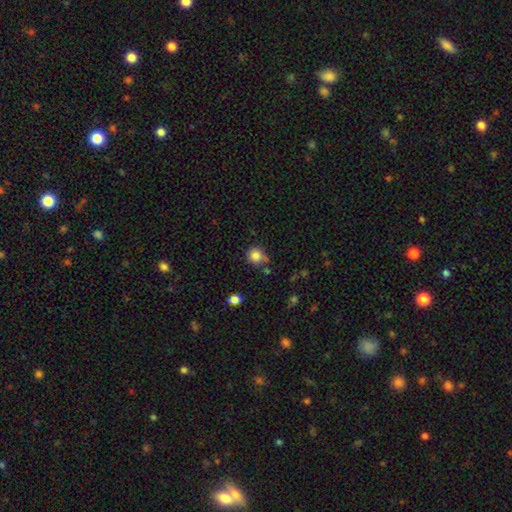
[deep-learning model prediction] This appears to be a smooth galaxy with no disk features (84%) that is round (89%). Merging: none (71%).